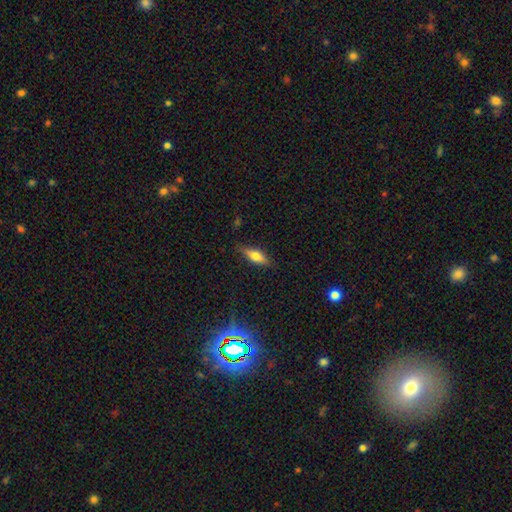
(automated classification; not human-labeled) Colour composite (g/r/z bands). It shows a smooth galaxy with no disk features (63%) that is in between round and cigar-shaped (57%). Merging: none (83%).